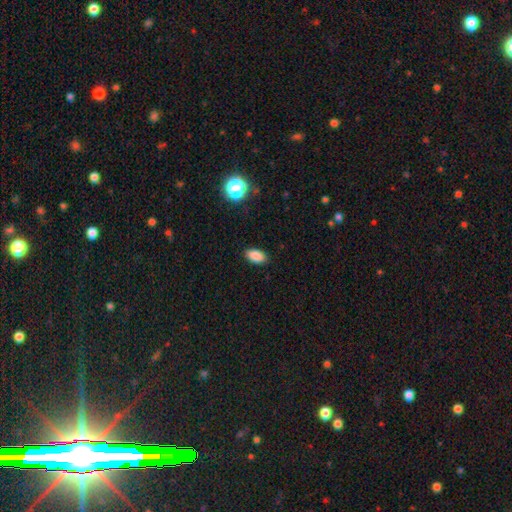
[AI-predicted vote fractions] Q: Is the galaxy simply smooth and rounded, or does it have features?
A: smooth — 87%.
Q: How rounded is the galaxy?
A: in between — 92%.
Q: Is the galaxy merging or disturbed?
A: none — 88%.